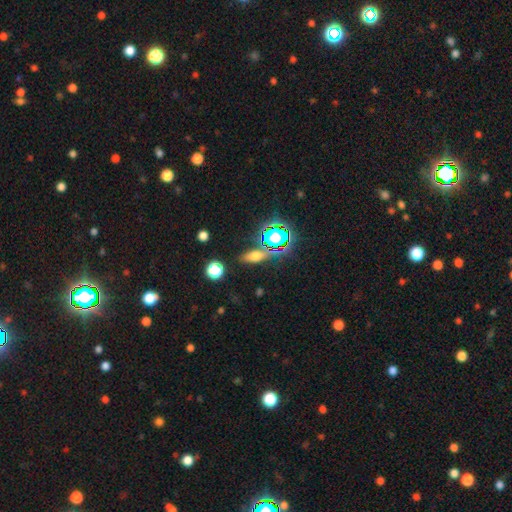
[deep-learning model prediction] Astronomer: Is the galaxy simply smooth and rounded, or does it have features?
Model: smooth — 52%.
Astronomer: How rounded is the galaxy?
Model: in between — 57%.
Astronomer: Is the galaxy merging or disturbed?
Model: none — 78%.